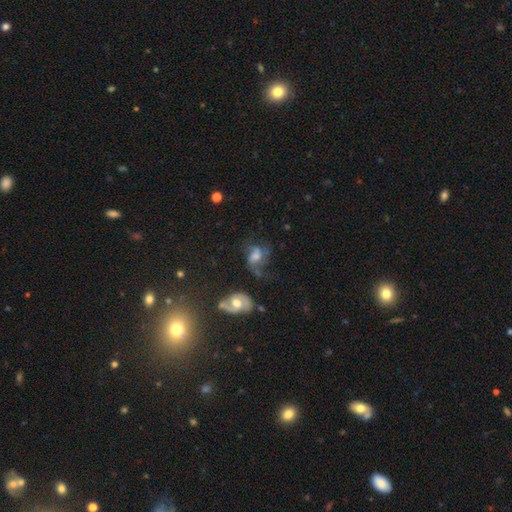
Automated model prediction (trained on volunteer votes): This is possibly a featured or disk galaxy (59%). It is clearly not viewed edge-on (96%). Bar: possibly no (47%). Spiral arm pattern: likely yes (79%). Central bulge: possibly moderate (48%). Merging: marginally none (40%).